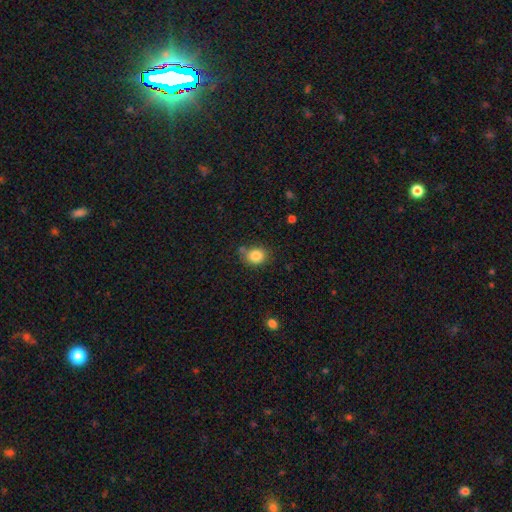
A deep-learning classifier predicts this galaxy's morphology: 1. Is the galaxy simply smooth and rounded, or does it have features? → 84% smooth, 10% star or artifact, 6% featured or disk.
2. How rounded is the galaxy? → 64% round, 35% in between, 1% cigar-shaped.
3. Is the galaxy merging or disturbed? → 69% none, 19% minor disturbance, 8% merger, 5% major disturbance.